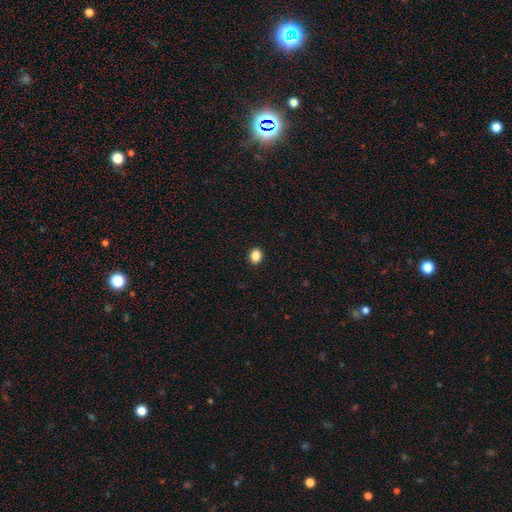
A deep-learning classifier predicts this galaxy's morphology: Smooth or featured: smooth — 87% (star or artifact — 10%)
How rounded: round — 62% (in between — 37%)
Merging: none — 92% (minor disturbance — 6%)